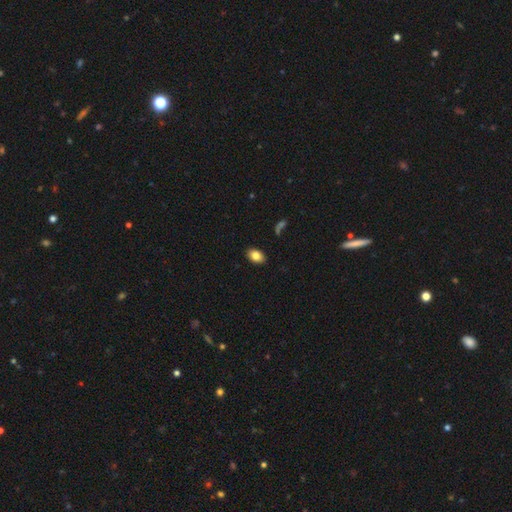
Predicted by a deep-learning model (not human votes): Q: Smooth or featured?
A: smooth (83%); runner-up: star or artifact (8%)
Q: How rounded?
A: in between (86%); runner-up: round (12%)
Q: Merging?
A: none (88%); runner-up: minor disturbance (9%)